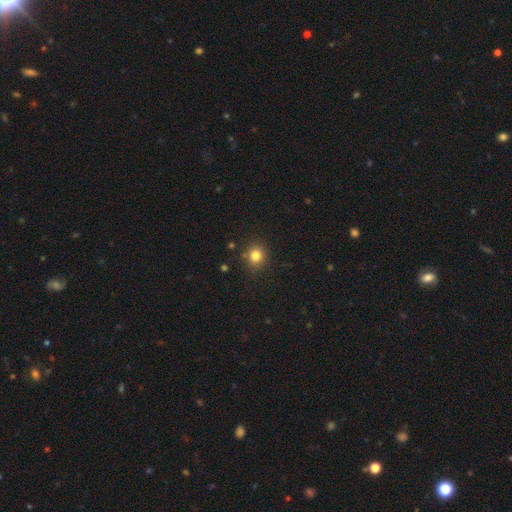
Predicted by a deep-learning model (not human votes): A smooth galaxy with no disk features (81%) that is round (83%).

Vote fractions:
- Smooth or featured? smooth: 81% / star or artifact: 13% / featured or disk: 6%
- How rounded? round: 83% / in between: 16% / cigar-shaped: 1%
- Merging? none: 86% / minor disturbance: 9% / major disturbance: 3% / merger: 2%